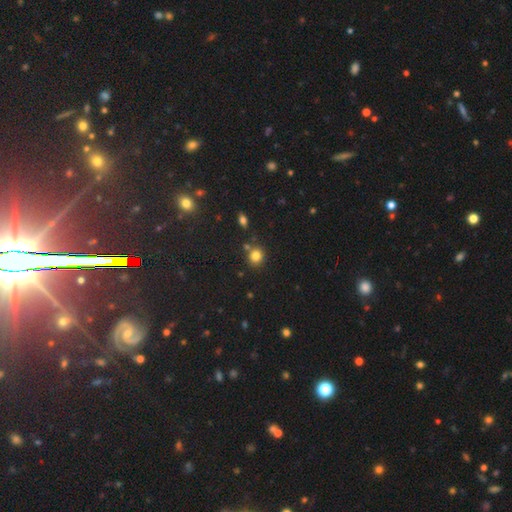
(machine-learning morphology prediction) smooth_or_featured: smooth (p=0.81) [alt: star or artifact p=0.13]
how_rounded: round (p=0.82) [alt: in between p=0.17]
merging: none (p=0.76) [alt: merger p=0.11]